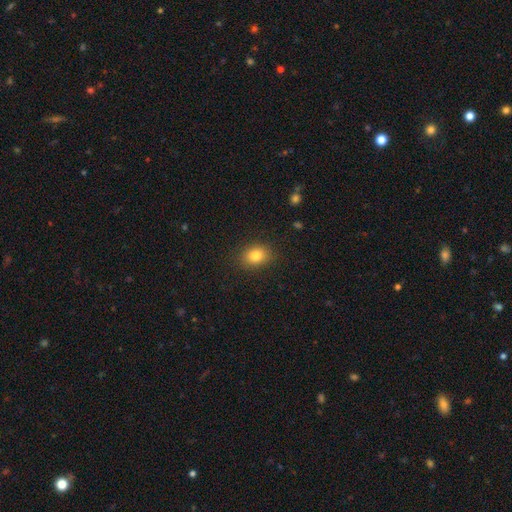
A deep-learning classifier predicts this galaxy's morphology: Overall: smooth (82%). How rounded: in between (60%; round 39%). Merging: none (87%).